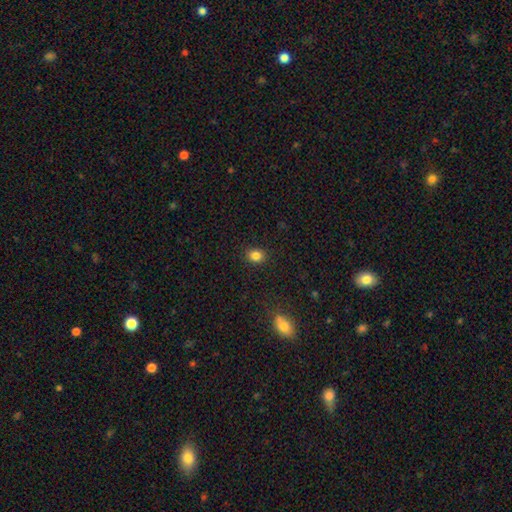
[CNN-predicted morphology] Smooth or featured? Predicted: smooth (p=0.84). How rounded? Predicted: round (p=0.56). Merging? Predicted: none (p=0.89).